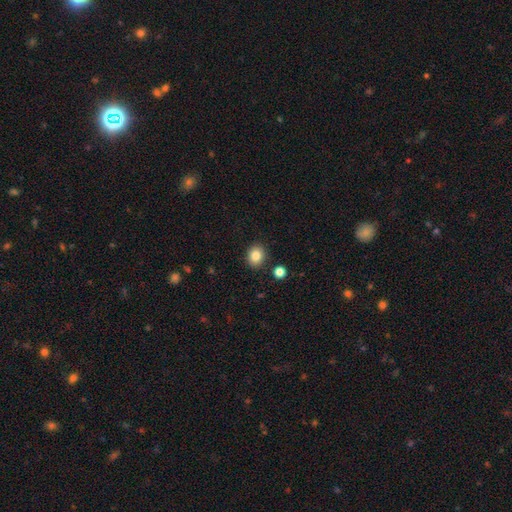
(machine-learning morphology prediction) Smooth or featured?
  - smooth: 84% *
  - star or artifact: 10%
  - featured or disk: 6%
How rounded?
  - round: 65% *
  - in between: 34%
  - cigar-shaped: 1%
Merging?
  - none: 89% *
  - minor disturbance: 7%
  - merger: 3%
  - major disturbance: 2%